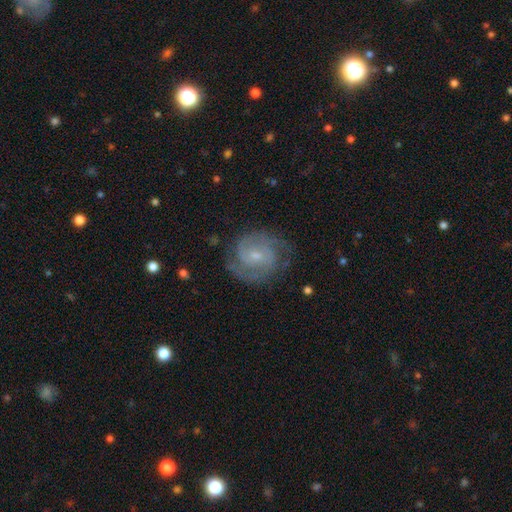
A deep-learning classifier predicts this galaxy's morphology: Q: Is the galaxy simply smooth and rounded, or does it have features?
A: featured or disk — 86%.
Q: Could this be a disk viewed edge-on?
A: no — 98%.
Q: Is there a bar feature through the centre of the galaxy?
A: weak — 48%.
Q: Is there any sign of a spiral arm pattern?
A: yes — 97%.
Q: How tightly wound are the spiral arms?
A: tight — 54%.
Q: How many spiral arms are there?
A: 2 — 70%.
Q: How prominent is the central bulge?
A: small — 66%.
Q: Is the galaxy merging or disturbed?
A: none — 77%.